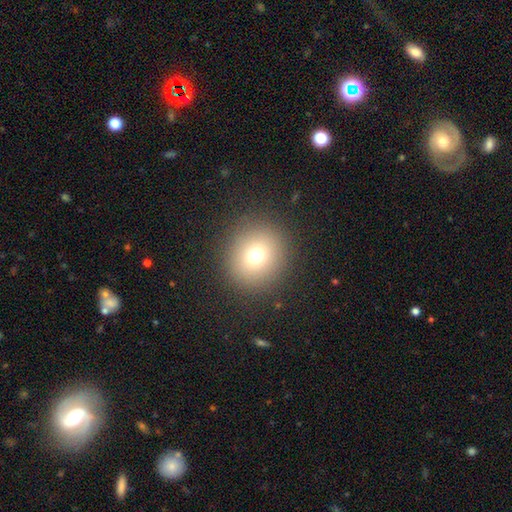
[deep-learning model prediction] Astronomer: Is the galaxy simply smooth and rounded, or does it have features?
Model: smooth — 72%.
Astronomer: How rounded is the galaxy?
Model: round — 90%.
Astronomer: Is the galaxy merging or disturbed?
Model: none — 89%.